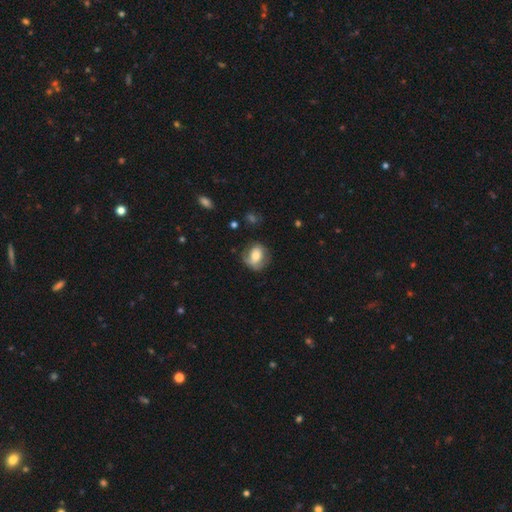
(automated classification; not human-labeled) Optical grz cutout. It shows a smooth galaxy with no disk features (51%) that is round (56%). Merging: none (63%).